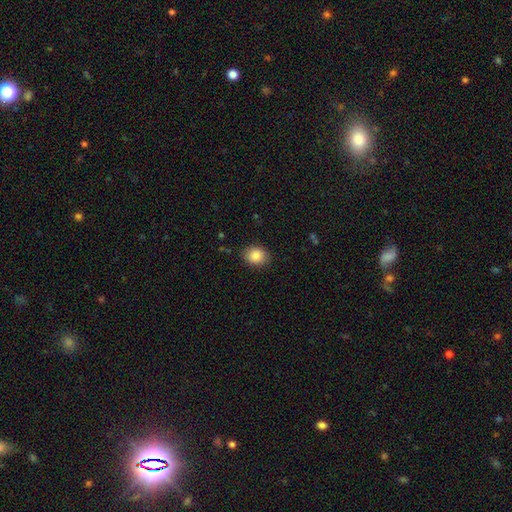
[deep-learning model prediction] smooth-or-featured: smooth: 86% | star or artifact: 8% | featured or disk: 5%
  how-rounded: in between: 51% | round: 48% | cigar-shaped: 1%
  merging: none: 86% | minor disturbance: 11% | major disturbance: 3% | merger: 1%